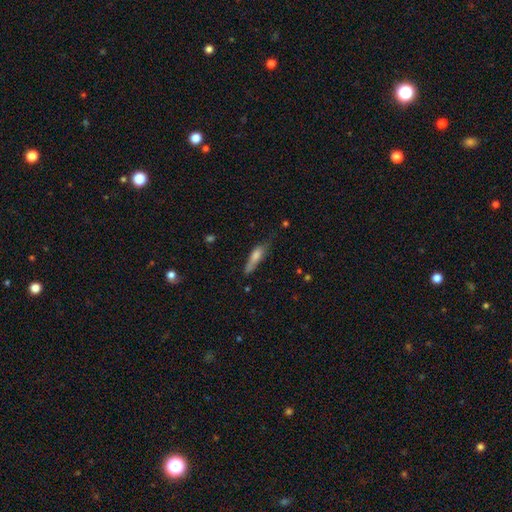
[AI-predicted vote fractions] This is likely a smooth galaxy (61%). How rounded: likely cigar-shaped (73%). Merging: possibly none (54%).